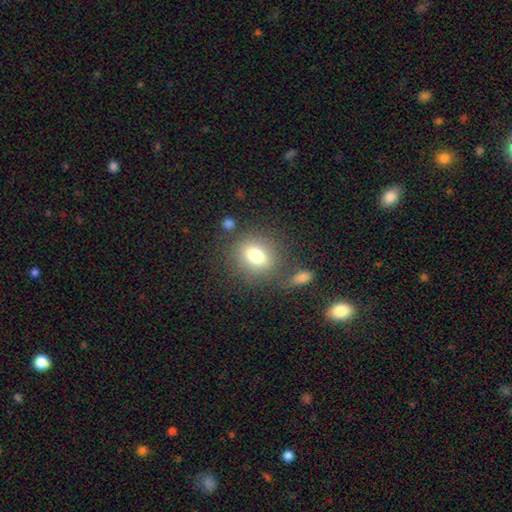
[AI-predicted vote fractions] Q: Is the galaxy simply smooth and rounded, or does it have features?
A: smooth — 77%.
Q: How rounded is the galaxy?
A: round — 64%.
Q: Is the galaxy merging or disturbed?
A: none — 72%.